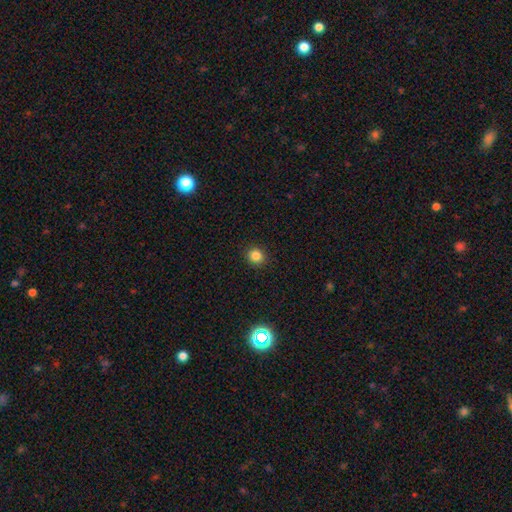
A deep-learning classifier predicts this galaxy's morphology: Smooth or featured: smooth — 83% (star or artifact — 13%)
How rounded: round — 87% (in between — 12%)
Merging: none — 92% (minor disturbance — 6%)